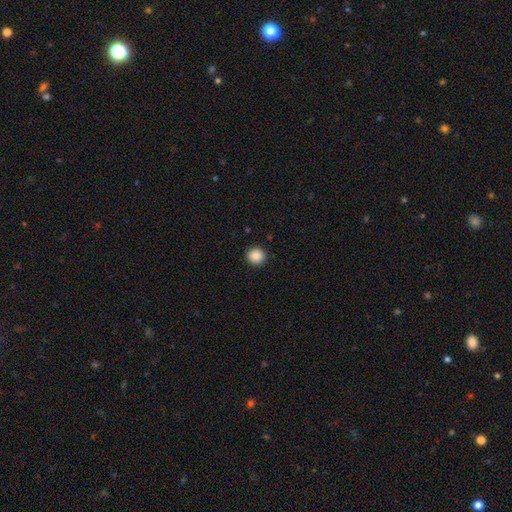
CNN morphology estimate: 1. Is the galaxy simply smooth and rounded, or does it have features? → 88% smooth, 9% star or artifact, 3% featured or disk.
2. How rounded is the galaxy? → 92% round, 7% in between, 1% cigar-shaped.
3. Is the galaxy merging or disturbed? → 92% none, 5% minor disturbance, 2% major disturbance, 1% merger.